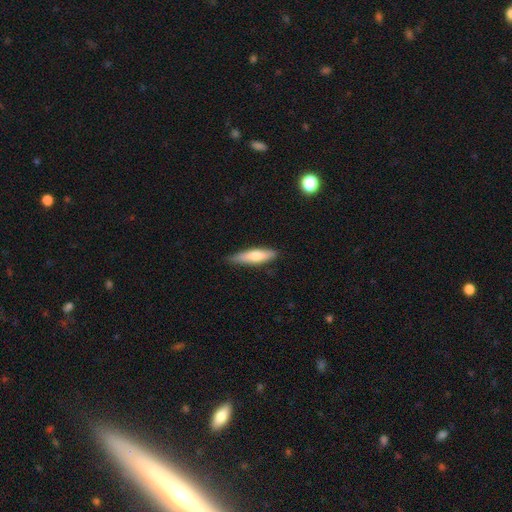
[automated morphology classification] Q: Smooth or featured?
A: smooth (73%); runner-up: featured or disk (22%)
Q: How rounded?
A: cigar-shaped (72%); runner-up: in between (27%)
Q: Merging?
A: none (76%); runner-up: minor disturbance (20%)